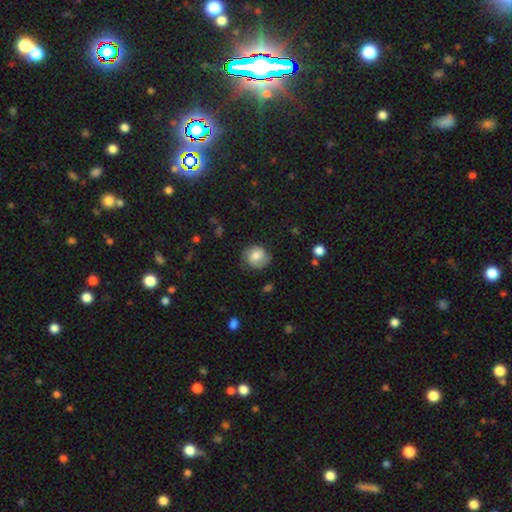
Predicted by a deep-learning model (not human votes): Overall: smooth (57%; featured or disk 35%). How rounded: round (76%). Merging: none (73%).